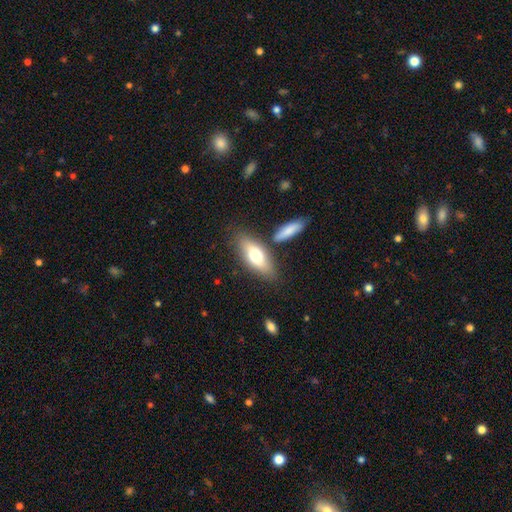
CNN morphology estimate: smooth_or_featured: smooth (p=0.68) [alt: featured or disk p=0.26]
how_rounded: in between (p=0.74) [alt: cigar-shaped p=0.23]
merging: none (p=0.72) [alt: minor disturbance p=0.13]